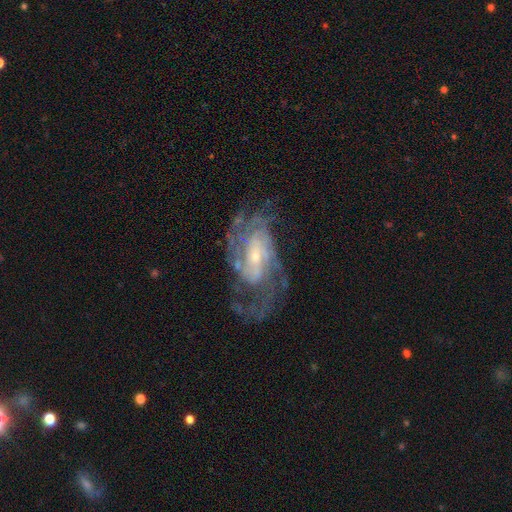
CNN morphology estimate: Smooth or featured? featured or disk (87%)
Edge-on disk? no (96%)
Bar? no (48%)
Spiral arms? yes (94%)
Spiral winding? tight (45%)
Spiral arm count? 2 (32%)
Bulge size? small (70%)
Merging? none (61%)